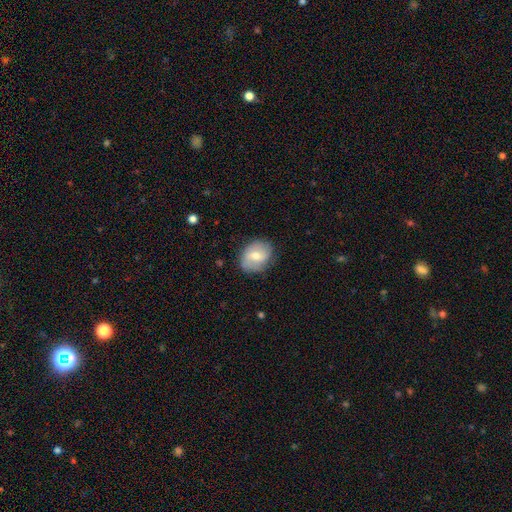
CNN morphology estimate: A smooth galaxy with no disk features (50%) that is in between round and cigar-shaped (52%). Merging: none (79%).